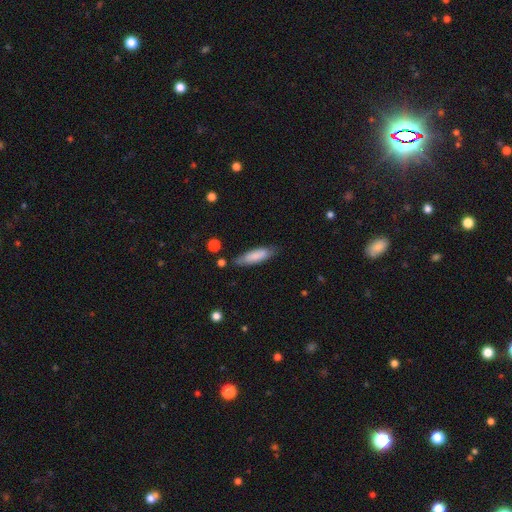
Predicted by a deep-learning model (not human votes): smooth-or-featured: smooth: 79% | featured or disk: 15% | star or artifact: 6%
  how-rounded: cigar-shaped: 61% | in between: 38% | round: 1%
  merging: none: 77% | minor disturbance: 17% | major disturbance: 4% | merger: 2%